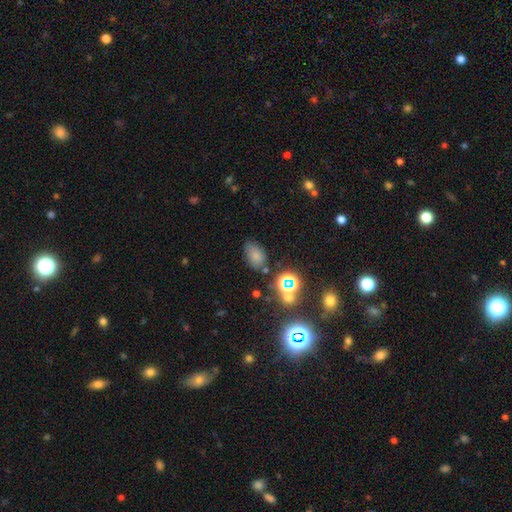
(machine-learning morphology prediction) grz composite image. It shows a smooth galaxy with no disk features (70%) that is in between round and cigar-shaped (86%). Merging: none (65%).